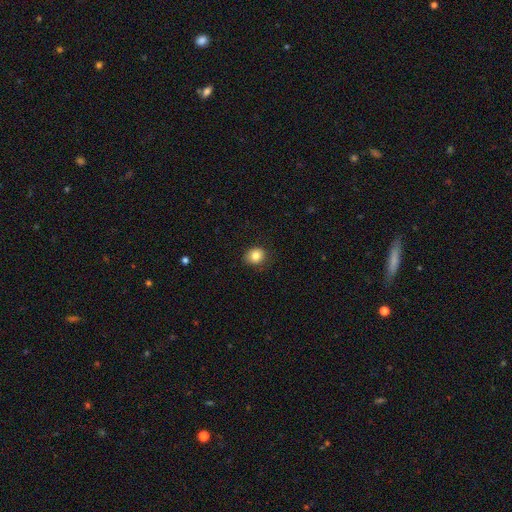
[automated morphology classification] Smooth or featured?
  - smooth: 83% *
  - star or artifact: 10%
  - featured or disk: 7%
How rounded?
  - round: 73% *
  - in between: 26%
  - cigar-shaped: 1%
Merging?
  - none: 82% *
  - minor disturbance: 14%
  - major disturbance: 3%
  - merger: 1%